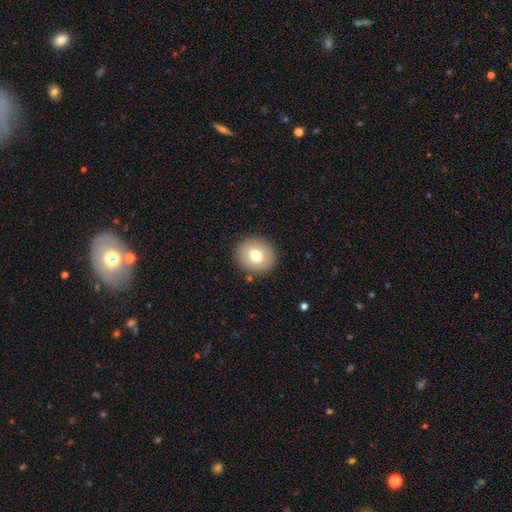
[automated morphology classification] This appears to be a smooth galaxy with no disk features (74%) that is round (81%). Merging: none (88%).